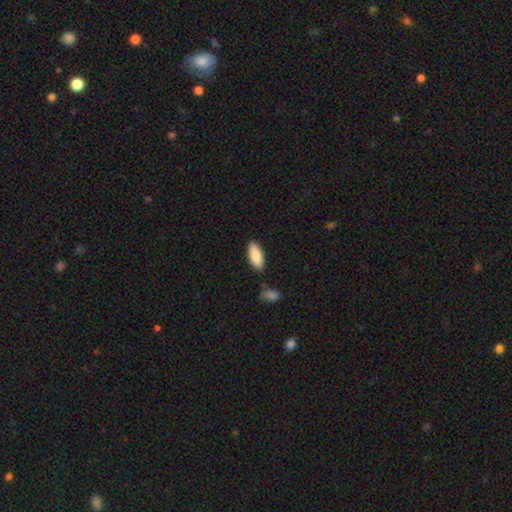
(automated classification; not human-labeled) smooth_or_featured: smooth (p=0.85) [alt: featured or disk p=0.09]
how_rounded: in between (p=0.81) [alt: cigar-shaped p=0.17]
merging: none (p=0.83) [alt: minor disturbance p=0.11]